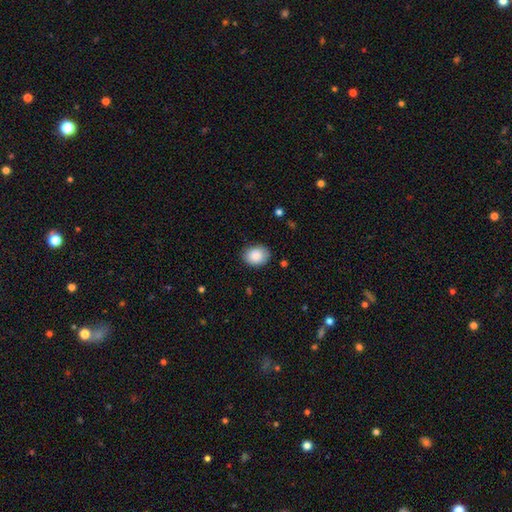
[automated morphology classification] smooth_or_featured: smooth (p=0.88) [alt: star or artifact p=0.07]
how_rounded: in between (p=0.60) [alt: round p=0.39]
merging: none (p=0.84) [alt: minor disturbance p=0.12]